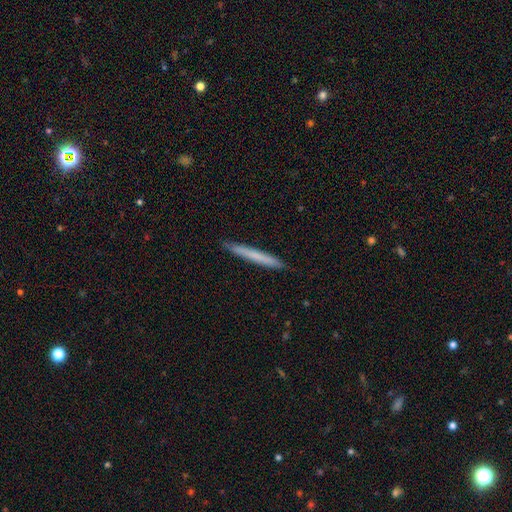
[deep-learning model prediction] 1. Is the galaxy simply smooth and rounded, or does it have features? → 65% smooth, 29% featured or disk, 6% star or artifact.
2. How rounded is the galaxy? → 97% cigar-shaped, 2% in between, 1% round.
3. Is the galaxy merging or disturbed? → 90% none, 7% minor disturbance, 1% major disturbance, 1% merger.